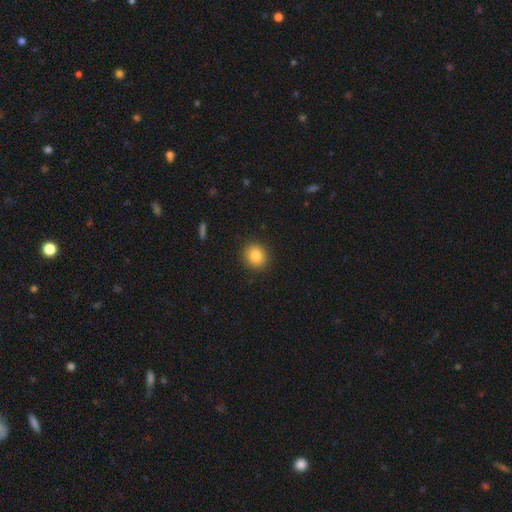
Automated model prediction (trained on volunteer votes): Smooth or featured? smooth (83%)
How rounded? round (81%)
Merging? none (91%)